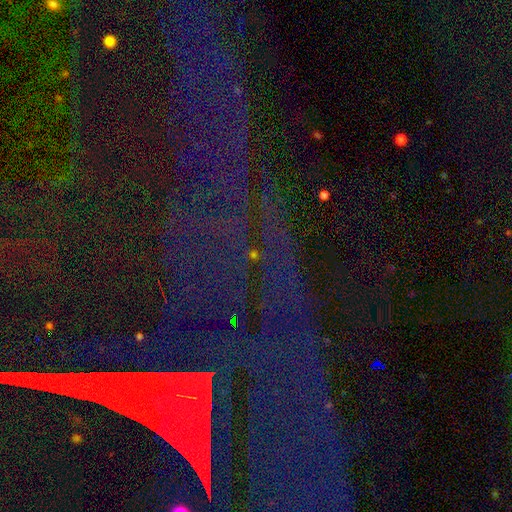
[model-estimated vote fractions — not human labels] The model was most divided on "smooth or featured": star or artifact: 78%, featured or disk: 12%, smooth: 10%.